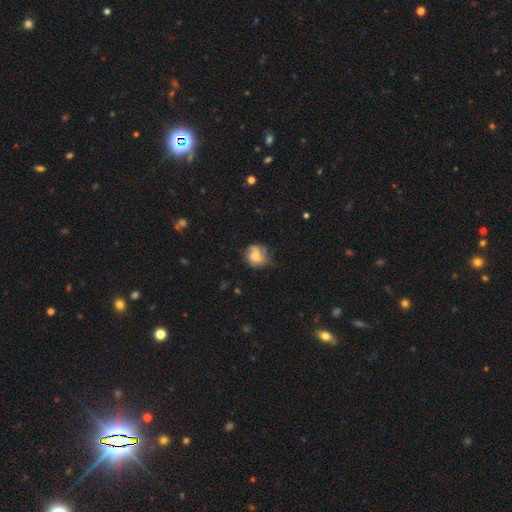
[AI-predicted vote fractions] This appears to be a smooth galaxy with no disk features (61%) that is round (70%). Merging: none (45%).